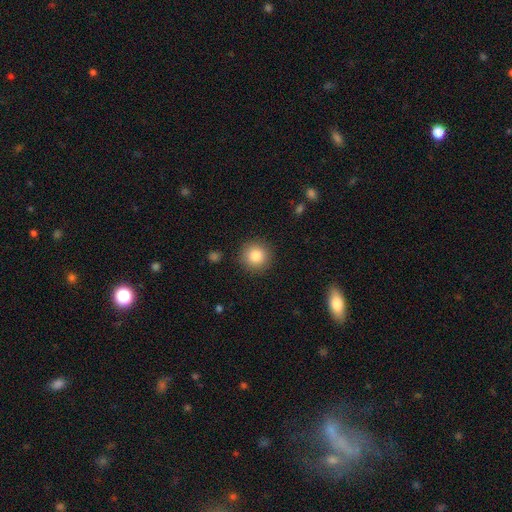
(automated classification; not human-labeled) A smooth galaxy with no disk features (83%) that is round (94%). Merging: none (90%).